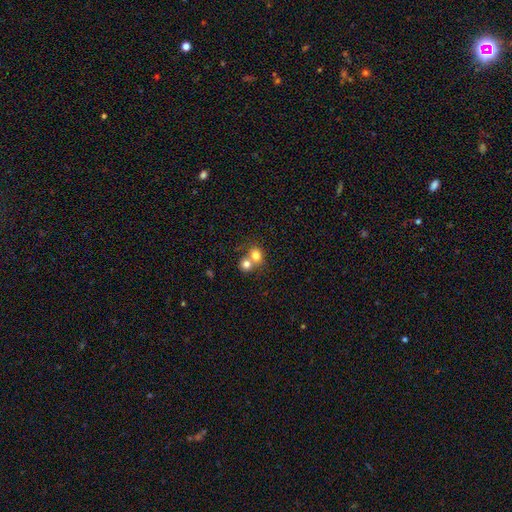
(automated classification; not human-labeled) Smooth or featured? Predicted: smooth (p=0.76). How rounded? Predicted: round (p=0.72). Merging? Predicted: merger (p=0.57).